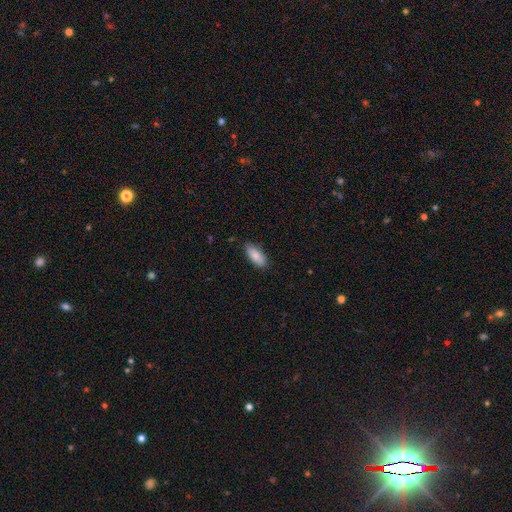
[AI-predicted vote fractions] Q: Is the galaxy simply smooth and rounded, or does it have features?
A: smooth — 84%.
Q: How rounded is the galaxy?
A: in between — 82%.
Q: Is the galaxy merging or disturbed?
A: none — 85%.